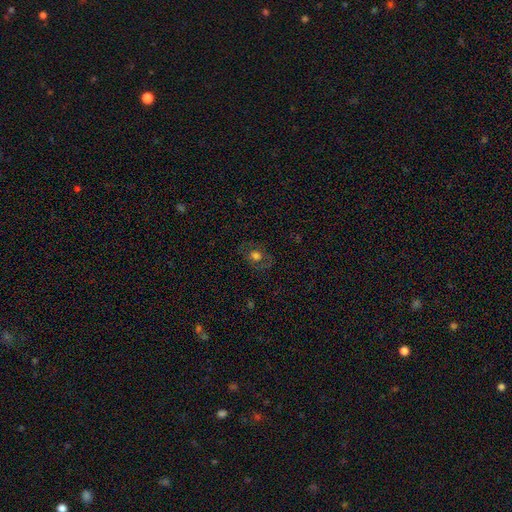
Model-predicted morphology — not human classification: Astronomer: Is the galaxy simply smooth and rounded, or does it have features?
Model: smooth — 58%.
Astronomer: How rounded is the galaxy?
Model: round — 51% (runner-up: in between, 48%).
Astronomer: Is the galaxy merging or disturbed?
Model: none — 78%.